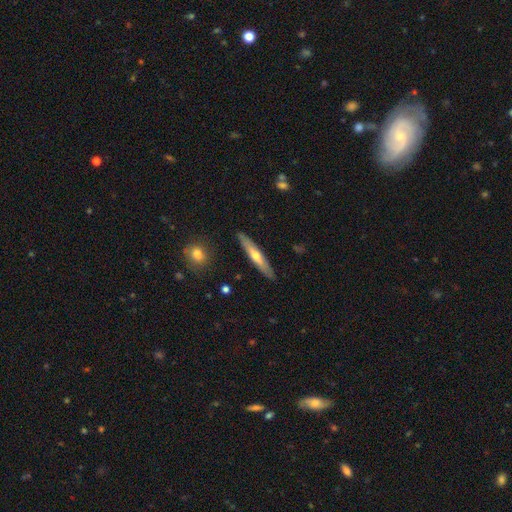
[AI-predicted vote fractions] Q: Smooth or featured?
A: featured or disk (50%); runner-up: smooth (44%)
Q: Edge-on disk?
A: yes (86%); runner-up: no (14%)
Q: Merging?
A: none (88%); runner-up: minor disturbance (9%)